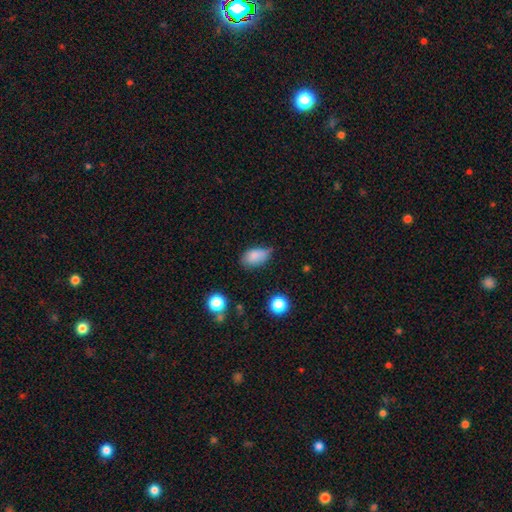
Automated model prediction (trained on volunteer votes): Overall: smooth (83%). How rounded: in between (90%). Merging: none (53%; minor disturbance 37%).